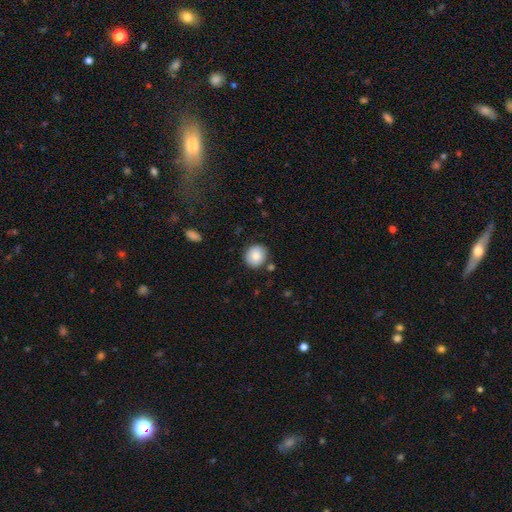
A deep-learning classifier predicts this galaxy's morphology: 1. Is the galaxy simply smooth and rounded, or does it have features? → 82% smooth, 10% featured or disk, 8% star or artifact.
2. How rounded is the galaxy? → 82% round, 17% in between, 1% cigar-shaped.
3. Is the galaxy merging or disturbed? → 84% none, 10% minor disturbance, 4% merger, 2% major disturbance.